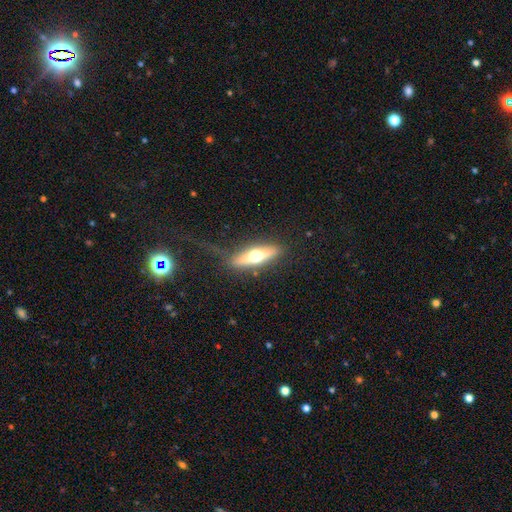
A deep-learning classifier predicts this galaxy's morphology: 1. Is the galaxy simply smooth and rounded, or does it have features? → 55% featured or disk, 39% smooth, 6% star or artifact.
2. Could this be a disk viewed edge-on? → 88% yes, 12% no.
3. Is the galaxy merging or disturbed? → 74% none, 15% minor disturbance, 9% major disturbance, 2% merger.